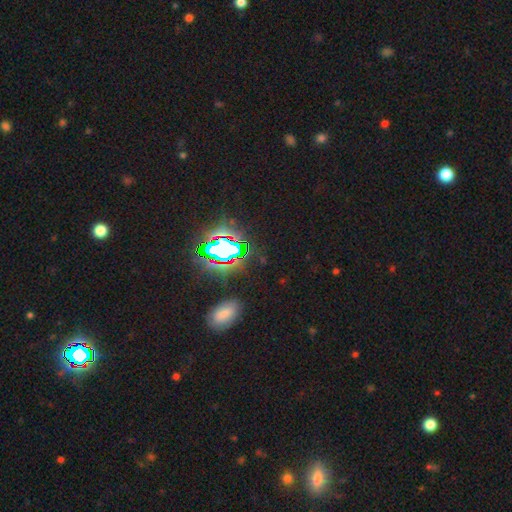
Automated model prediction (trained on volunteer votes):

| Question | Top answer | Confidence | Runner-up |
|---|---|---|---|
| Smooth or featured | star or artifact | 76% | smooth (15%) |